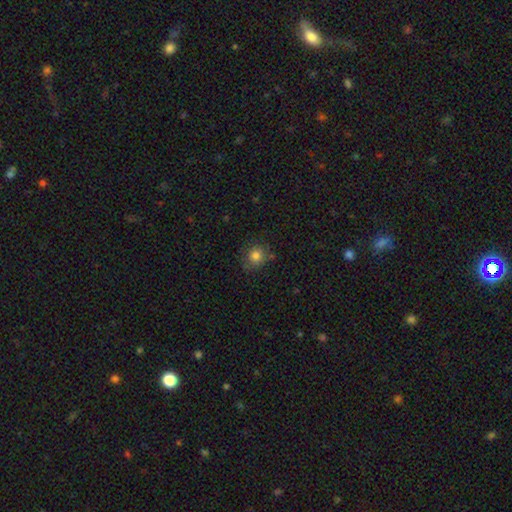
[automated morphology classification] Smooth or featured?
  - smooth: 81% *
  - star or artifact: 12%
  - featured or disk: 8%
How rounded?
  - round: 76% *
  - in between: 23%
  - cigar-shaped: 1%
Merging?
  - none: 73% *
  - minor disturbance: 18%
  - major disturbance: 5%
  - merger: 3%